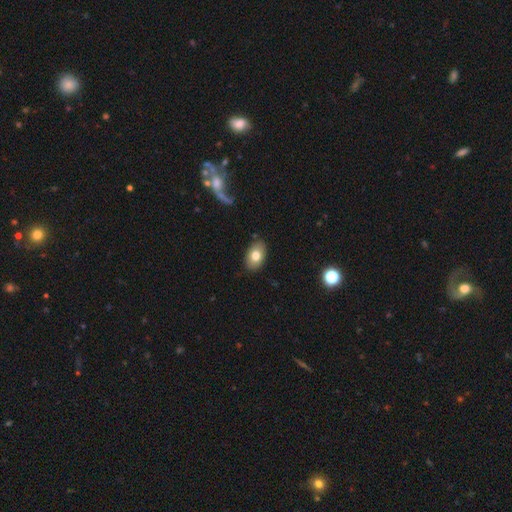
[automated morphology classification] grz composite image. It shows a smooth galaxy with no disk features (76%) that is in between round and cigar-shaped (89%). Merging: none (87%).